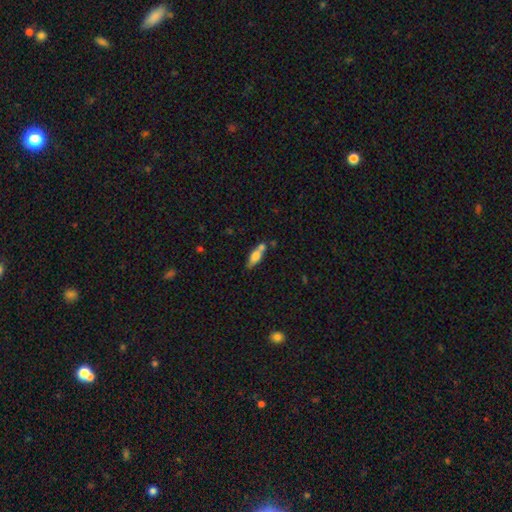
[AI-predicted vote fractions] Smooth or featured? Predicted: smooth (p=0.64). How rounded? Predicted: in between (p=0.58). Merging? Predicted: none (p=0.52).